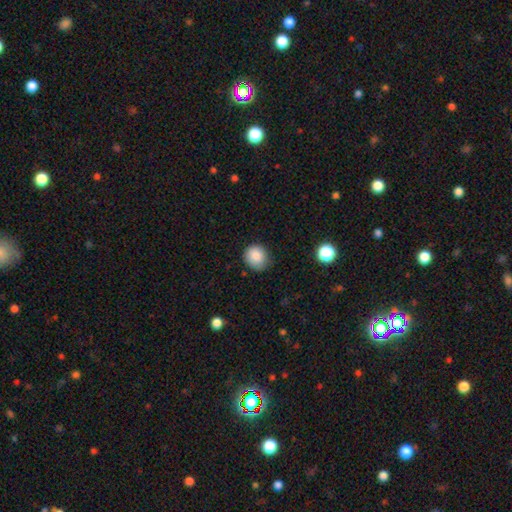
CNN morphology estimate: A smooth galaxy with no disk features (86%) that is round (79%). Merging: none (75%).